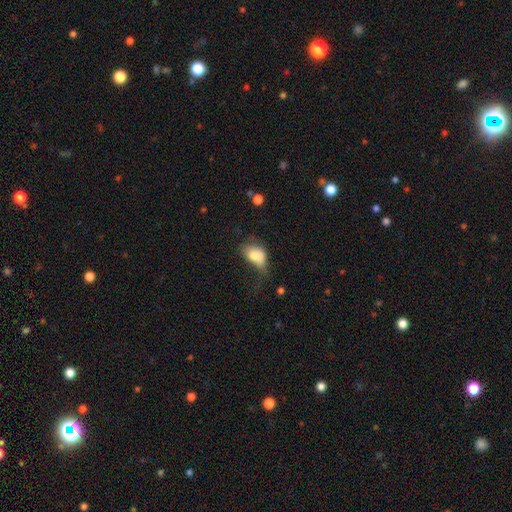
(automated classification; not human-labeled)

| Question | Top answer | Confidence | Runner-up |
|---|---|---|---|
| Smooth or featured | smooth | 75% | featured or disk (16%) |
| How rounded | in between | 81% | round (17%) |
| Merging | major disturbance | 38% | minor disturbance (31%) |